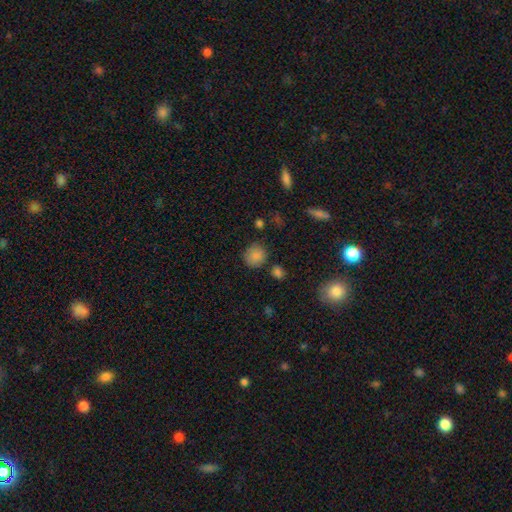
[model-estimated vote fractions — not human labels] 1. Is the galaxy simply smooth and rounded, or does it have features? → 84% smooth, 10% star or artifact, 5% featured or disk.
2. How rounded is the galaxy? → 86% round, 13% in between, 1% cigar-shaped.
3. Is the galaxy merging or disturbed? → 78% none, 13% minor disturbance, 5% merger, 4% major disturbance.